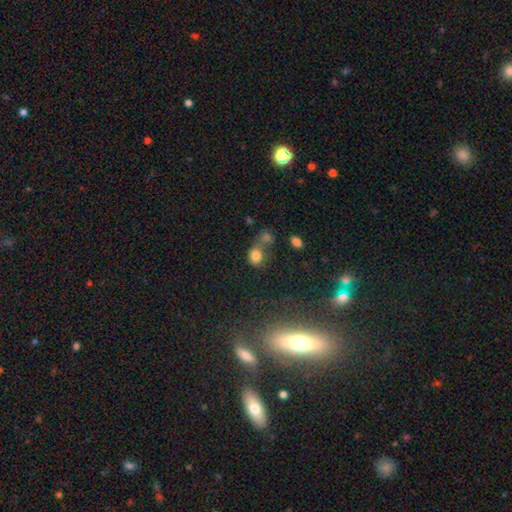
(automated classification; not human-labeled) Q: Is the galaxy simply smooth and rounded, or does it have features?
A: smooth — 76%.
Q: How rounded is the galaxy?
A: round — 57%.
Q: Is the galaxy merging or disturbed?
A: merger — 37%.